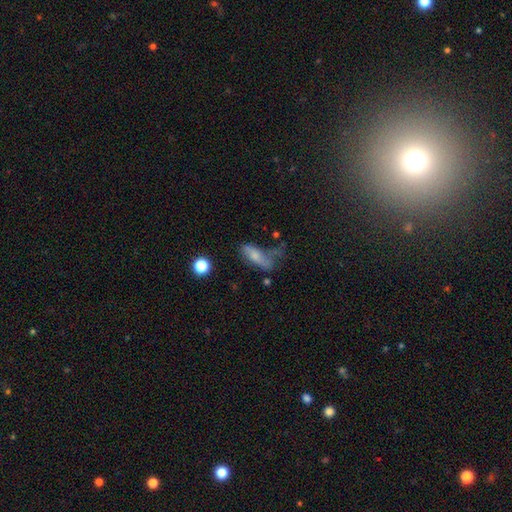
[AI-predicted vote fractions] Smooth or featured? smooth (61%)
How rounded? in between (66%)
Merging? none (35%)